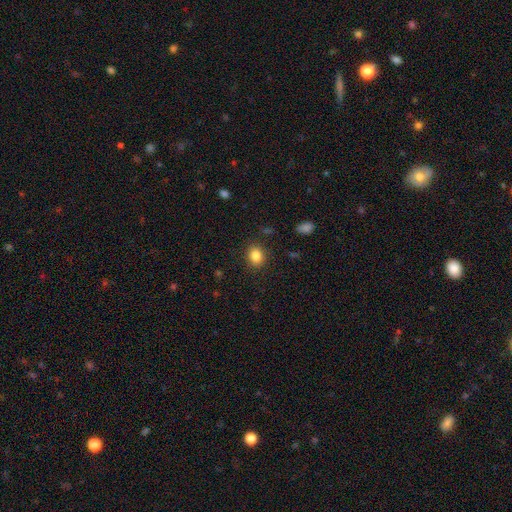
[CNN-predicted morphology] The model was most divided on "how rounded": round: 51%, in between: 48%, cigar-shaped: 1%. More confident: merging — none (87%); smooth or featured — smooth (85%).